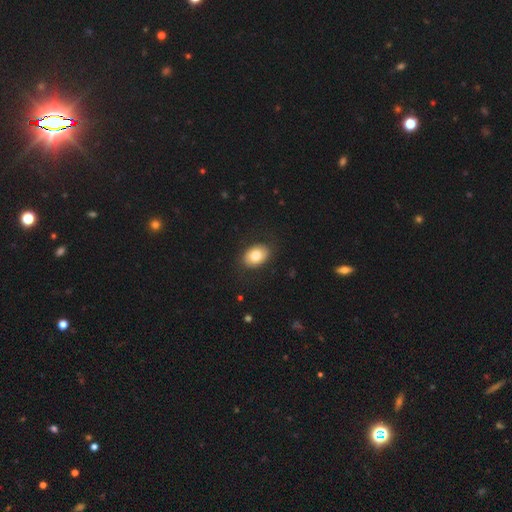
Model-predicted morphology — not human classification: A smooth galaxy with no disk features (79%) that is in between round and cigar-shaped (78%). Merging: none (86%).